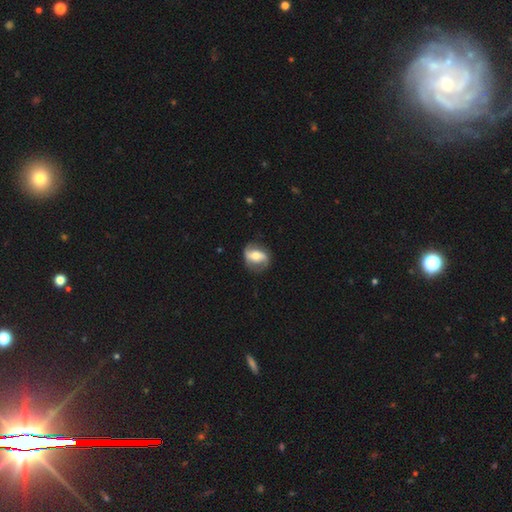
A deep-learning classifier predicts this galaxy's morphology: type=featured or disk (68%); edge-on=no (95%); bar=strong (38%); spiral arms=yes (82%); winding=loose (49%); arm count=2 (87%); bulge=moderate (65%); merging=none (77%).